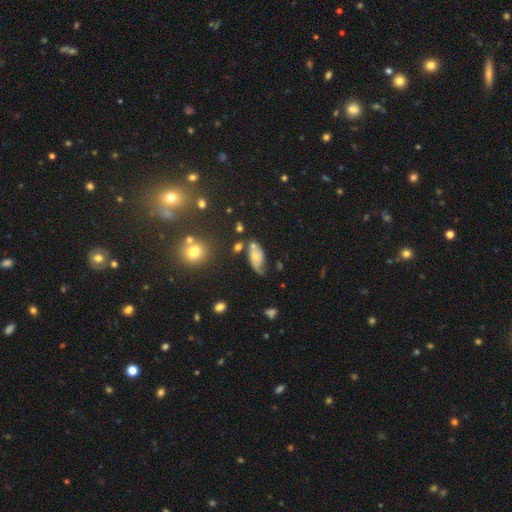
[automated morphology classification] A featured or disk galaxy (45%). Merging: none (43%).